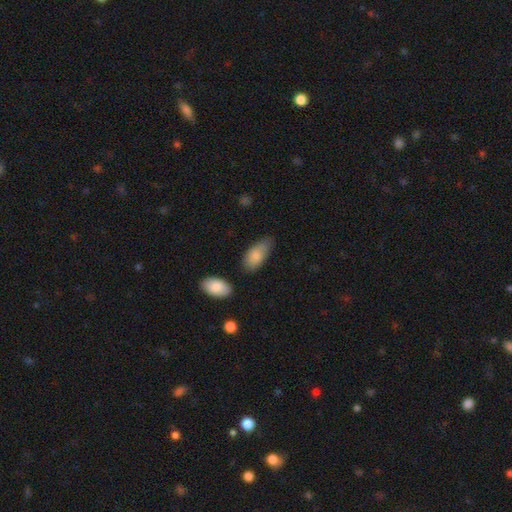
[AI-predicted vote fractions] Smooth or featured? smooth (84%)
How rounded? in between (91%)
Merging? none (52%)